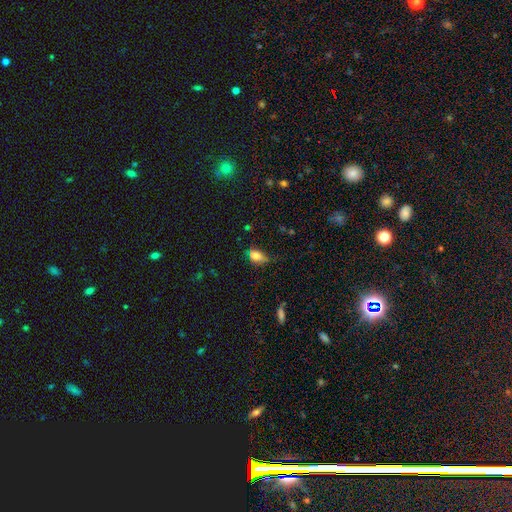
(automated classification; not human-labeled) Smooth or featured: smooth — 74% (featured or disk — 15%)
How rounded: in between — 81% (round — 14%)
Merging: none — 43% (minor disturbance — 38%)